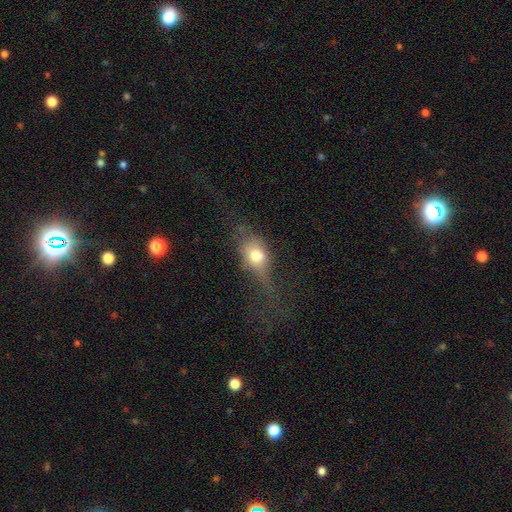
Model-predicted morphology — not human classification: Smooth or featured? Predicted: smooth (p=0.68). How rounded? Predicted: in between (p=0.63). Merging? Predicted: major disturbance (p=0.36).